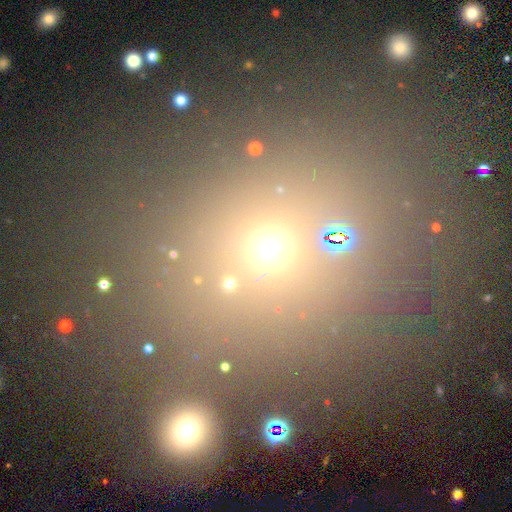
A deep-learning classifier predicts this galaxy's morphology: Overall: smooth (57%; star or artifact 31%). How rounded: round (65%; in between 33%). Merging: none (75%).